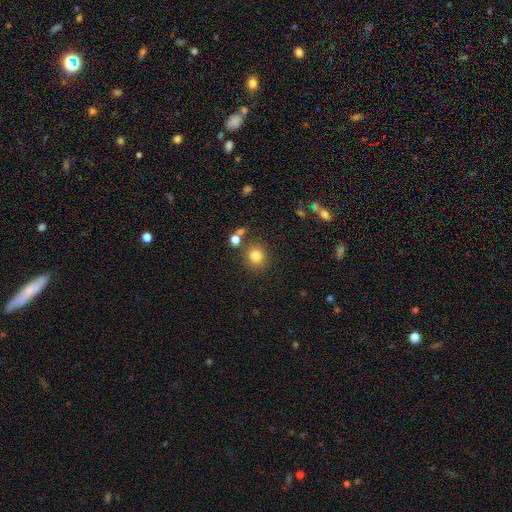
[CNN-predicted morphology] Q: Smooth or featured?
A: smooth (80%); runner-up: star or artifact (13%)
Q: How rounded?
A: round (86%); runner-up: in between (13%)
Q: Merging?
A: none (80%); runner-up: minor disturbance (9%)